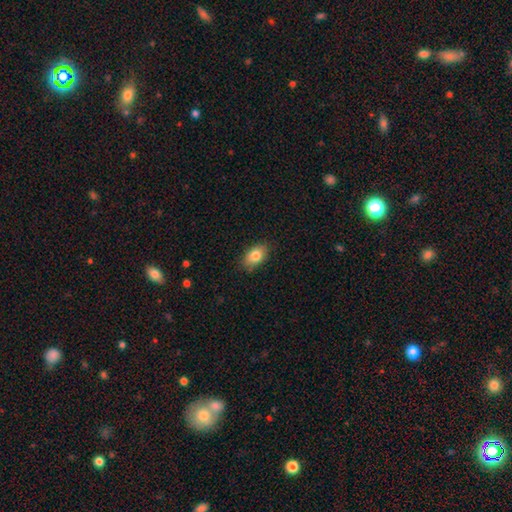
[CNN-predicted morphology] A smooth galaxy with no disk features (83%) that is in between round and cigar-shaped (88%).

Vote fractions:
- Smooth or featured? smooth: 83% / featured or disk: 9% / star or artifact: 8%
- How rounded? in between: 88% / round: 10% / cigar-shaped: 2%
- Merging? none: 85% / minor disturbance: 12% / major disturbance: 2% / merger: 1%